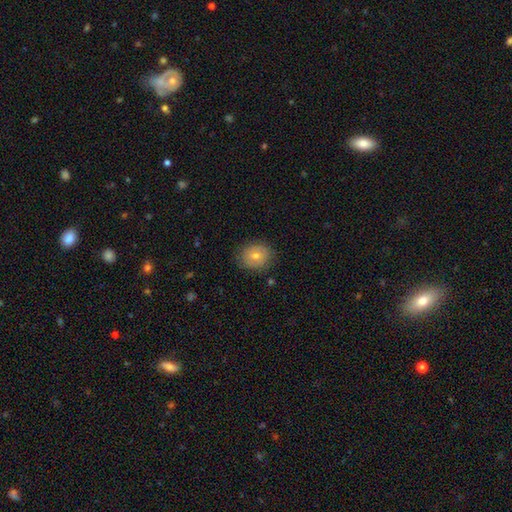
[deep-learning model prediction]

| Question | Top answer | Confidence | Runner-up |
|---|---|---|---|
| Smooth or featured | smooth | 69% | featured or disk (20%) |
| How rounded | round | 71% | in between (28%) |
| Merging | none | 85% | minor disturbance (11%) |